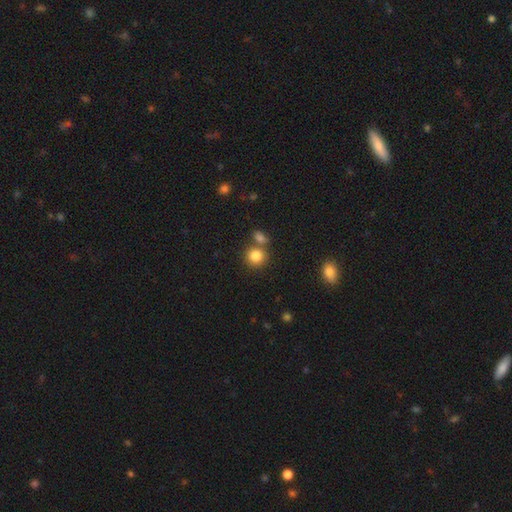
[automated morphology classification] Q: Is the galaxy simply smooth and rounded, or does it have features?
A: smooth — 84%.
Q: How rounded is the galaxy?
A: round — 83%.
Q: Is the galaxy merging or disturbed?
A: none — 62%.